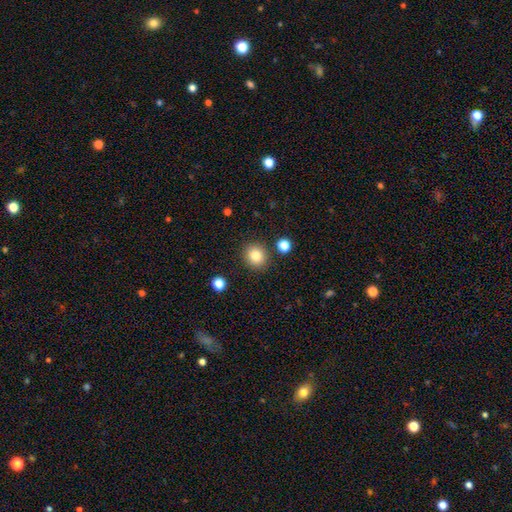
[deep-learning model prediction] This appears to be a smooth galaxy with no disk features (83%) that is round (86%). Merging: none (87%).